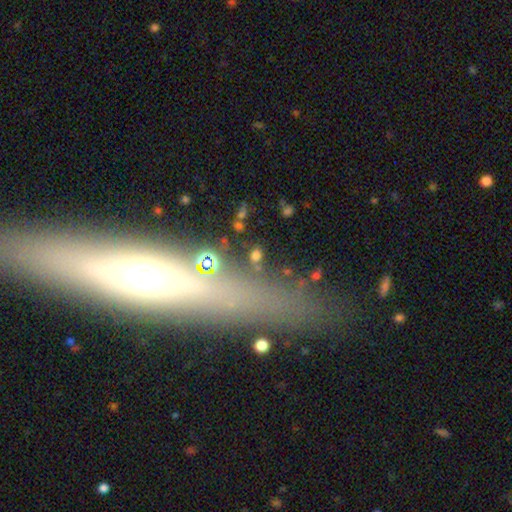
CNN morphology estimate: This is possibly a smooth galaxy (58%). How rounded: possibly in between (51%). Merging: likely none (74%).